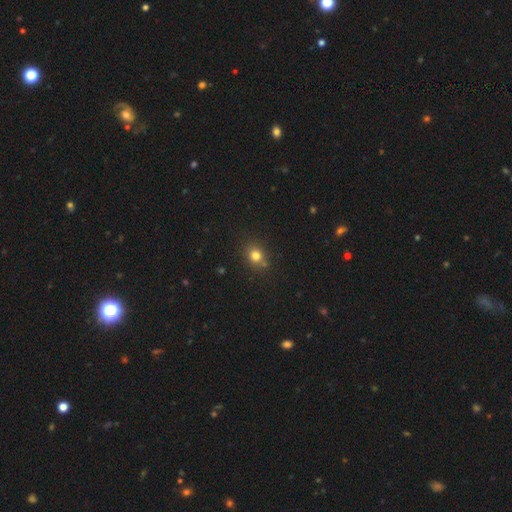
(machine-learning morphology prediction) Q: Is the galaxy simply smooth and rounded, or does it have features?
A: smooth — 79%.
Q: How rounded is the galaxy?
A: round — 73%.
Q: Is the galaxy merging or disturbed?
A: none — 77%.